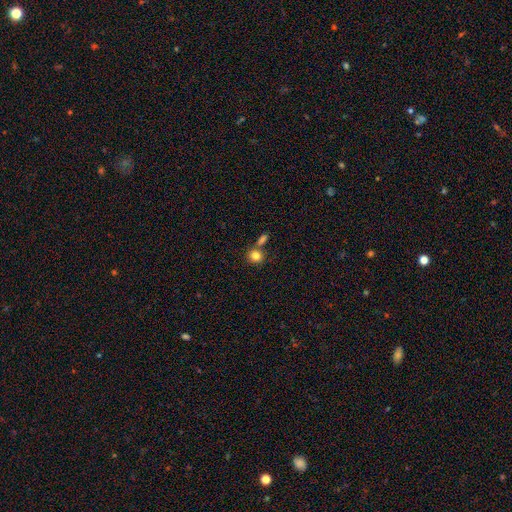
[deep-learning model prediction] smooth 83%, star or artifact 10%, featured or disk 7%. Down the decision tree: how rounded — round (77%); merging — none (63%).